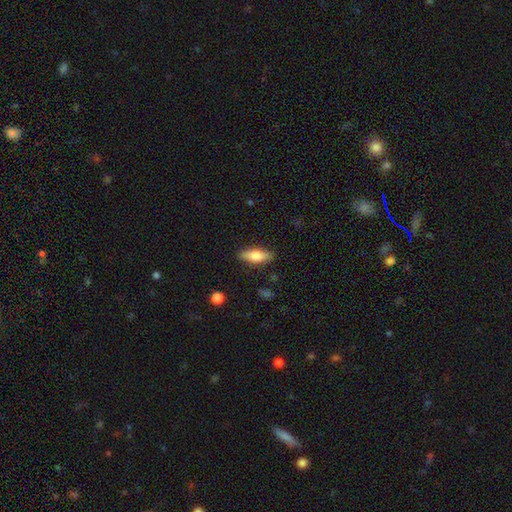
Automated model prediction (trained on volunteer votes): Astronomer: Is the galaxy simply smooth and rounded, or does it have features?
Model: smooth — 71%.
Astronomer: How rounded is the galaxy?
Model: in between — 64%.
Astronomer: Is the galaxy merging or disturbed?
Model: none — 86%.